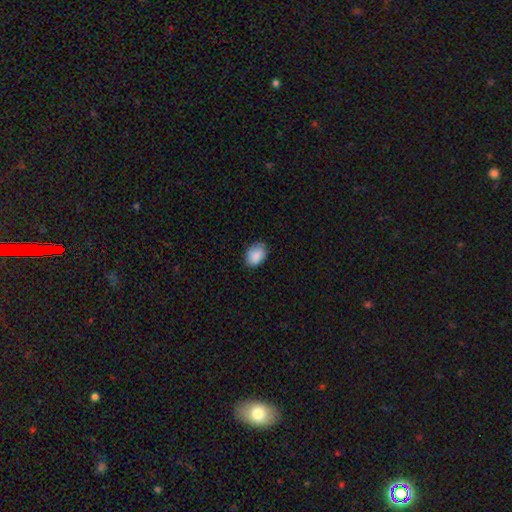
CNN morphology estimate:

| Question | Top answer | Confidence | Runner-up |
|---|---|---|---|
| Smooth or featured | smooth | 89% | star or artifact (7%) |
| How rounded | in between | 78% | round (21%) |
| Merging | none | 79% | minor disturbance (18%) |